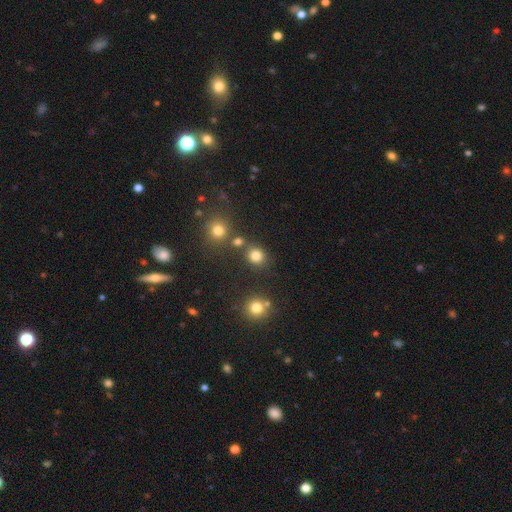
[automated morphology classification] The model was most divided on "how rounded": round: 80%, in between: 19%, cigar-shaped: 1%. More confident: smooth or featured — smooth (79%); merging — none (76%).